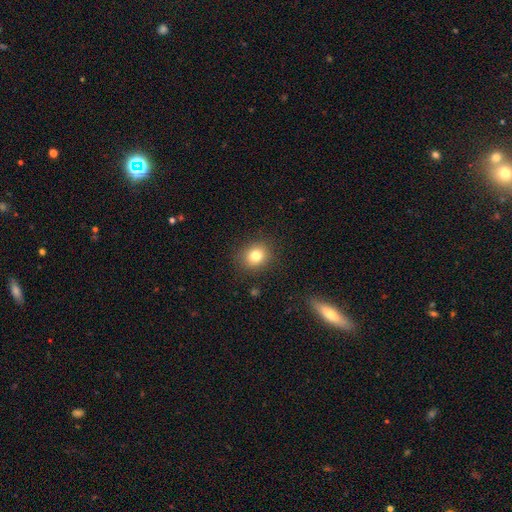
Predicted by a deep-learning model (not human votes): This is likely a smooth galaxy (79%). How rounded: likely round (74%). Merging: clearly none (88%).